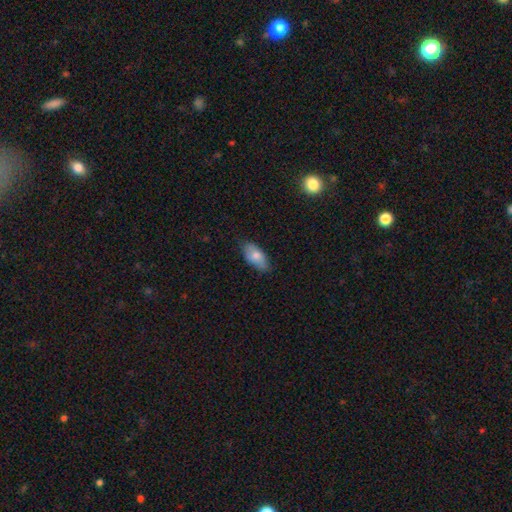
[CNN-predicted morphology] Smooth or featured: smooth — 76% (featured or disk — 18%)
How rounded: in between — 90% (cigar-shaped — 7%)
Merging: none — 76% (minor disturbance — 20%)